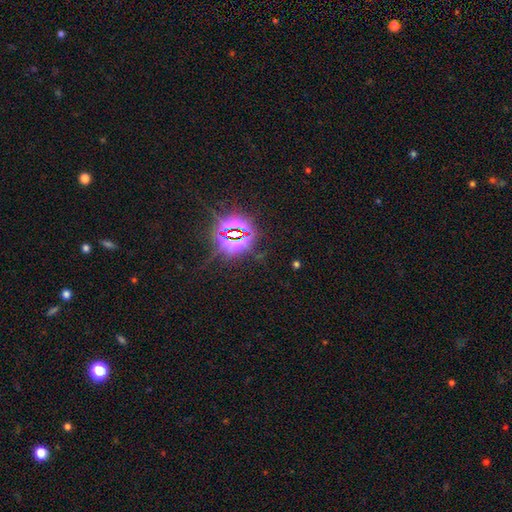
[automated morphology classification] A star or artifact, not a galaxy (83%).

Vote fractions:
- Smooth or featured? star or artifact: 83% / smooth: 10% / featured or disk: 7%